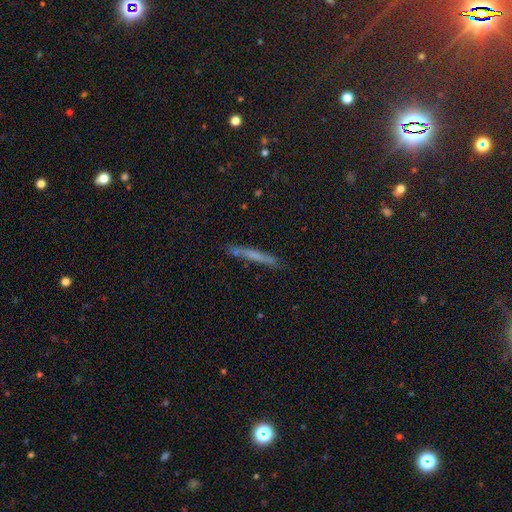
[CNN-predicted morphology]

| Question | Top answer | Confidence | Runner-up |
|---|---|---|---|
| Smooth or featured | smooth | 61% | featured or disk (28%) |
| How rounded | cigar-shaped | 95% | in between (3%) |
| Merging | none | 80% | minor disturbance (13%) |